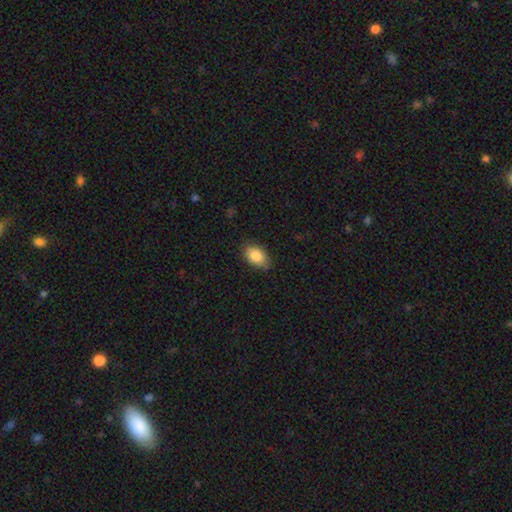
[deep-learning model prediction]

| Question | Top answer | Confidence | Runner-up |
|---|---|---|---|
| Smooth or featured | smooth | 84% | featured or disk (8%) |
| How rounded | in between | 89% | round (9%) |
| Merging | none | 82% | minor disturbance (15%) |